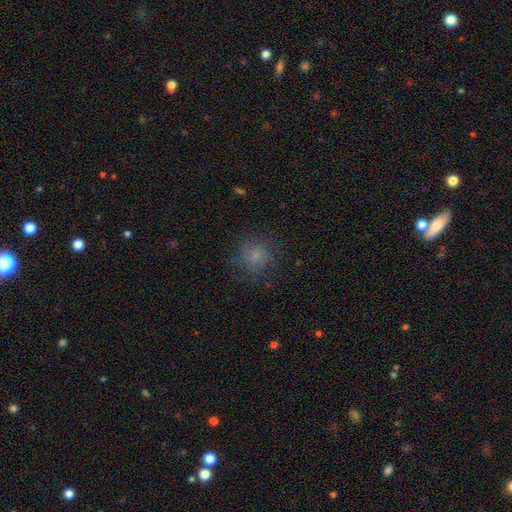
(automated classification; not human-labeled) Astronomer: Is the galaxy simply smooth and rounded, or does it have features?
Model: smooth — 68%.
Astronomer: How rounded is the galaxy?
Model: round — 85%.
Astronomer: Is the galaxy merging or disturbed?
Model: none — 71%.